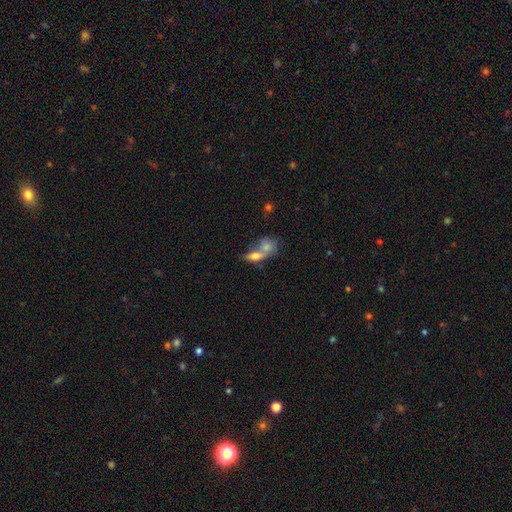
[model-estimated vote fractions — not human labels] Morphology: type=smooth (70%); roundness=in between (72%); merging=merger (67%).